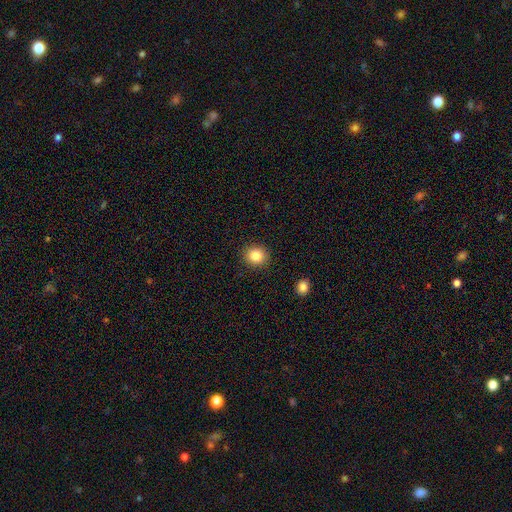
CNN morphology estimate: The model was most divided on "how rounded": round: 83%, in between: 16%, cigar-shaped: 1%. More confident: merging — none (90%); smooth or featured — smooth (84%).